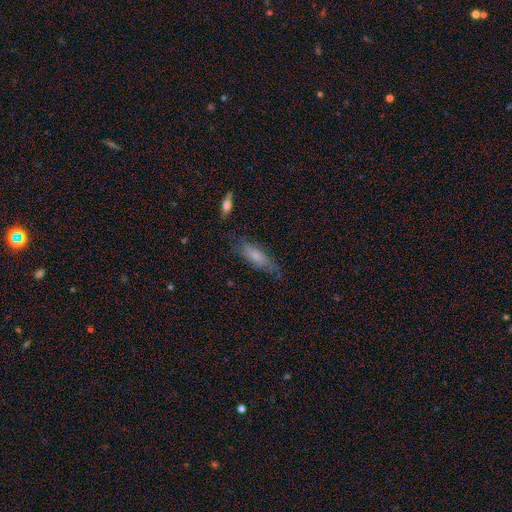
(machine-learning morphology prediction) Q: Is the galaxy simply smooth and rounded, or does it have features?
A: smooth — 59%.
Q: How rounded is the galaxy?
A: in between — 63%.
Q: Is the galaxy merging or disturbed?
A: none — 58%.